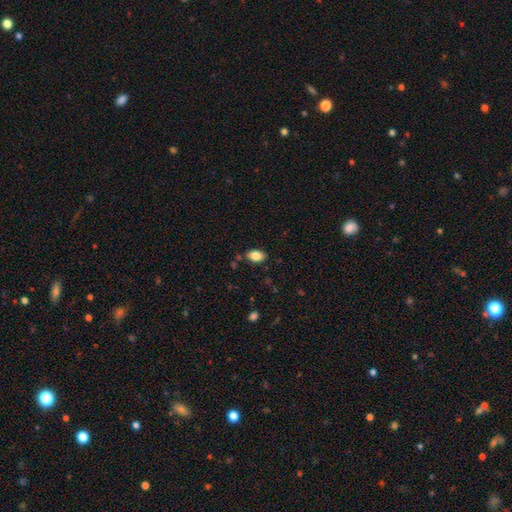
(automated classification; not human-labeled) Smooth or featured? Predicted: smooth (p=0.84). How rounded? Predicted: in between (p=0.88). Merging? Predicted: none (p=0.84).